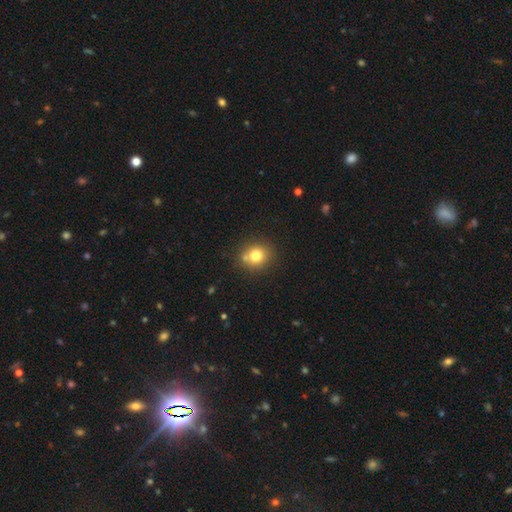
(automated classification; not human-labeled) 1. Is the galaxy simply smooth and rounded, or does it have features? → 77% smooth, 12% star or artifact, 10% featured or disk.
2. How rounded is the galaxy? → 79% round, 21% in between, 1% cigar-shaped.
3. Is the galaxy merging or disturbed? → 74% none, 12% minor disturbance, 11% merger, 3% major disturbance.